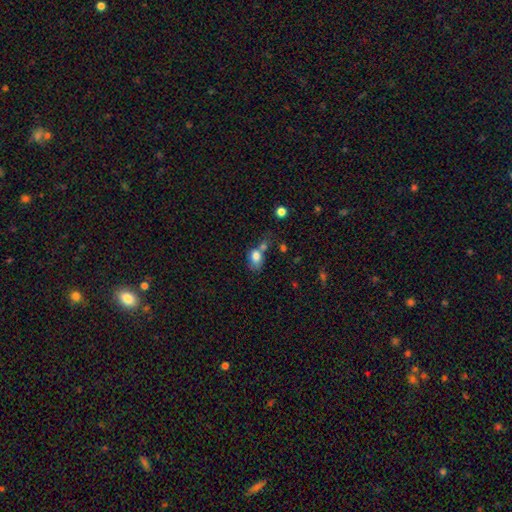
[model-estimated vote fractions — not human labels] Smooth or featured?
  - smooth: 79% *
  - featured or disk: 12%
  - star or artifact: 10%
How rounded?
  - in between: 69% *
  - round: 30%
  - cigar-shaped: 2%
Merging?
  - merger: 40% *
  - none: 31%
  - minor disturbance: 18%
  - major disturbance: 12%